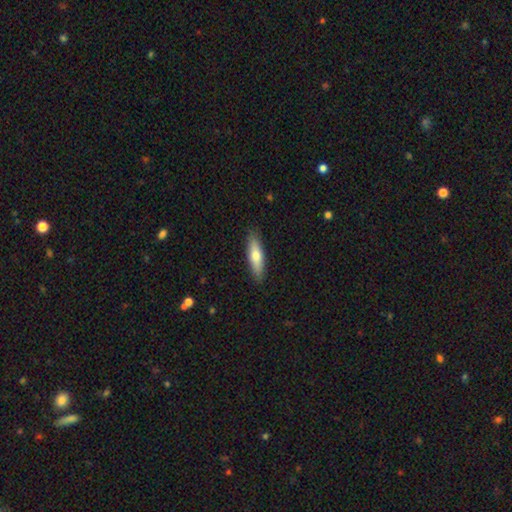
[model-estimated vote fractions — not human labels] Smooth or featured: smooth — 68% (featured or disk — 26%)
How rounded: cigar-shaped — 64% (in between — 34%)
Merging: none — 88% (minor disturbance — 9%)